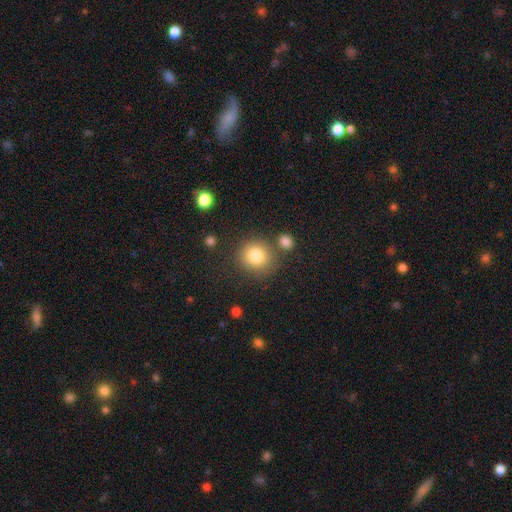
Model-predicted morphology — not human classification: Smooth or featured?
  - smooth: 82% *
  - star or artifact: 10%
  - featured or disk: 8%
How rounded?
  - round: 85% *
  - in between: 14%
  - cigar-shaped: 1%
Merging?
  - none: 75% *
  - merger: 10%
  - minor disturbance: 10%
  - major disturbance: 4%